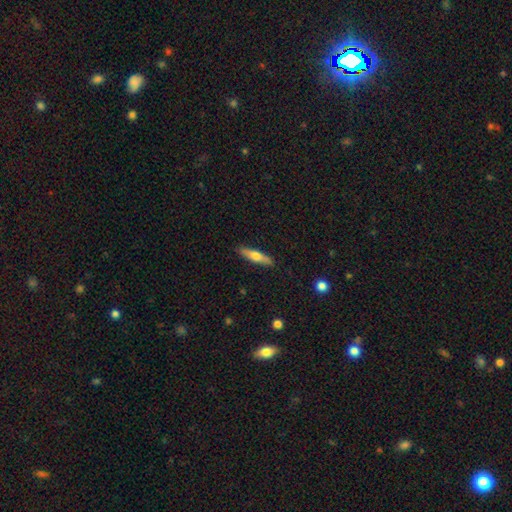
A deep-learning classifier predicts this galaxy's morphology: This is possibly a smooth galaxy (55%). How rounded: likely cigar-shaped (79%). Merging: clearly none (89%).